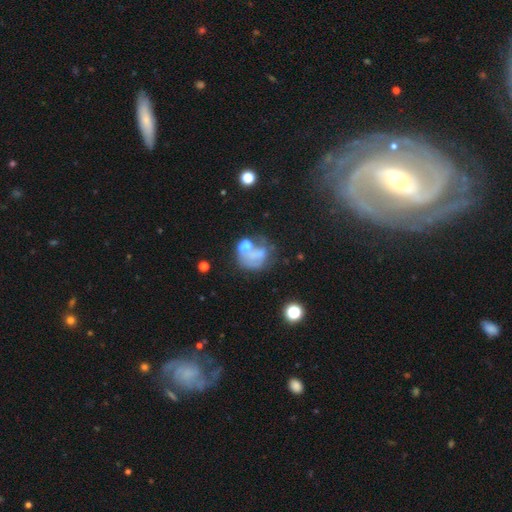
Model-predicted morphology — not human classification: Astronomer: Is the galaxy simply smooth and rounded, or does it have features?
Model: featured or disk — 54% (runner-up: smooth, 34%).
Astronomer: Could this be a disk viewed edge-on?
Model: no — 98%.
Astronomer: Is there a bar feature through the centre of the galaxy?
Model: no — 86%.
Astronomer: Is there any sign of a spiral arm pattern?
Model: no — 80%.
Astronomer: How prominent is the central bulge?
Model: none — 63%.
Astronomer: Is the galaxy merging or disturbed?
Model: major disturbance — 31% (runner-up: merger, 29%).